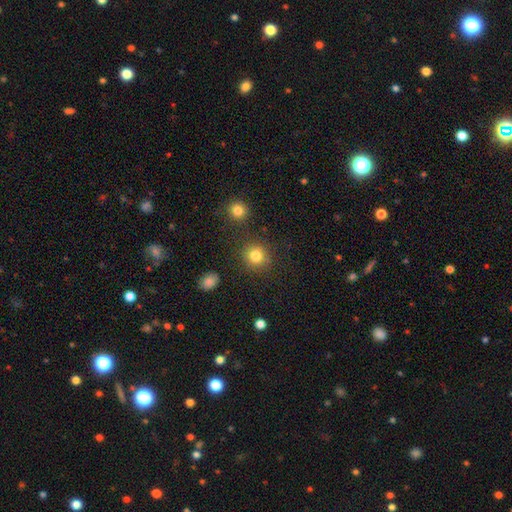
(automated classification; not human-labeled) This is clearly a smooth galaxy (83%). How rounded: clearly round (91%). Merging: clearly none (85%).